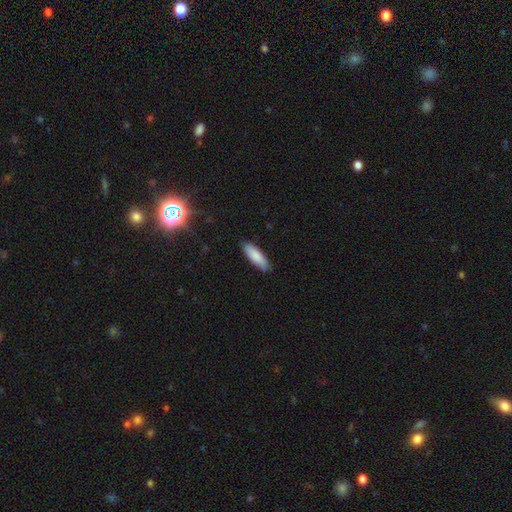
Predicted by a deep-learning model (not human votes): This appears to be a smooth galaxy with no disk features (86%) that is in between round and cigar-shaped (51%). Merging: none (86%).